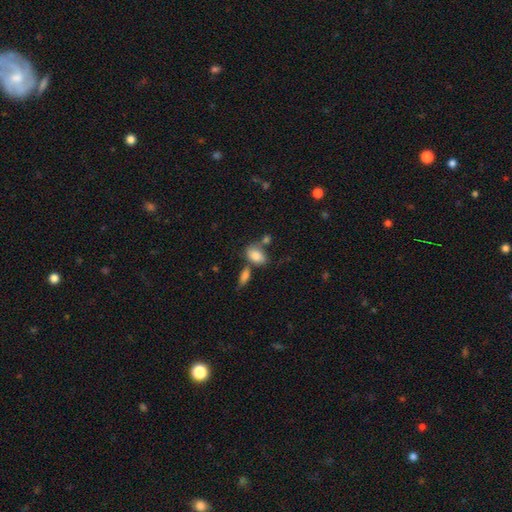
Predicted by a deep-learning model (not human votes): Smooth or featured: smooth — 83% (featured or disk — 9%)
How rounded: in between — 87% (round — 11%)
Merging: none — 48% (merger — 27%)